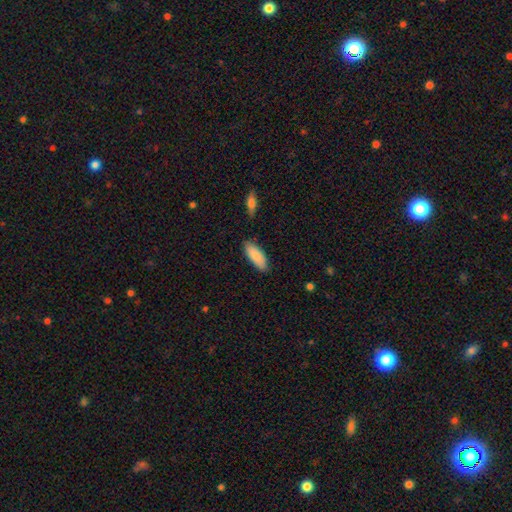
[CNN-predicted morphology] A smooth galaxy with no disk features (88%) that is in between round and cigar-shaped (76%). Merging: none (83%).